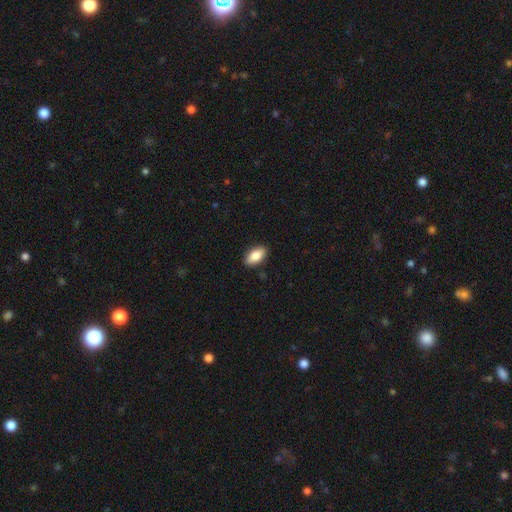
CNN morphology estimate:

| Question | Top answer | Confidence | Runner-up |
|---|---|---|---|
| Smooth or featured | smooth | 83% | featured or disk (11%) |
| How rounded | in between | 91% | cigar-shaped (6%) |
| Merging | none | 89% | minor disturbance (8%) |